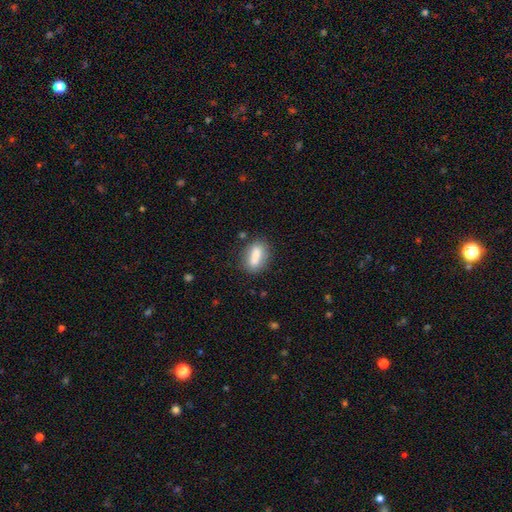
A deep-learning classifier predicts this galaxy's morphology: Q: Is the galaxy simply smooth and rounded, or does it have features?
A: smooth — 77%.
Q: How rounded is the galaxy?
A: in between — 69%.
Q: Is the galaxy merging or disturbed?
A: none — 73%.